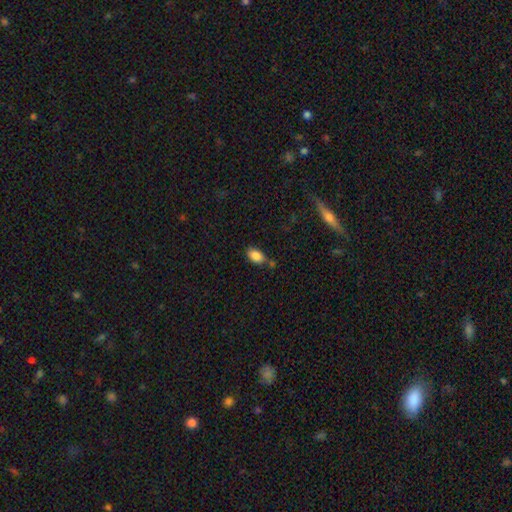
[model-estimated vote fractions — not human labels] smooth_or_featured: smooth (p=0.87) [alt: star or artifact p=0.08]
how_rounded: in between (p=0.90) [alt: round p=0.08]
merging: none (p=0.70) [alt: minor disturbance p=0.16]